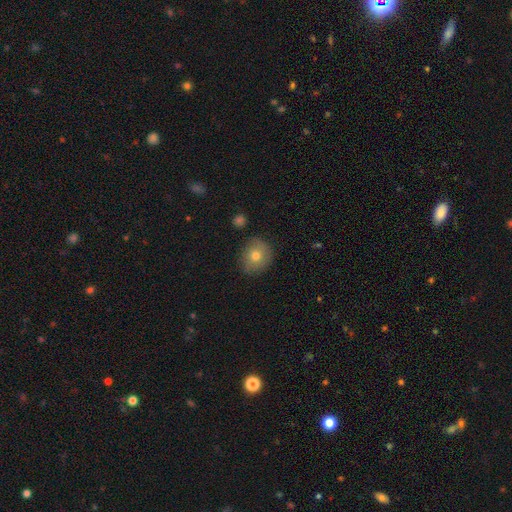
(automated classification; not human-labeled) A smooth galaxy with no disk features (73%) that is round (76%). Merging: none (78%).